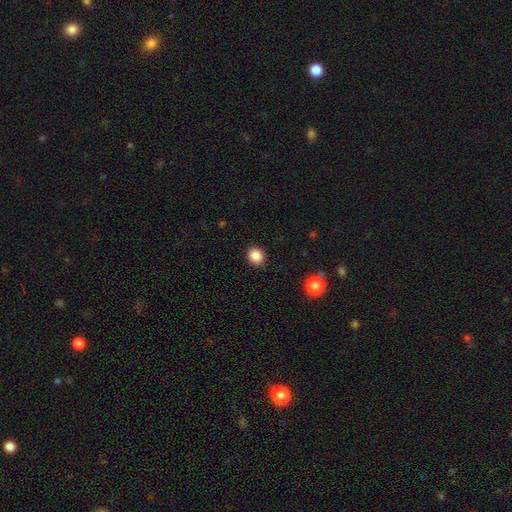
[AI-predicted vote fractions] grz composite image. It shows a smooth galaxy with no disk features (87%) that is round (75%). Merging: none (90%).